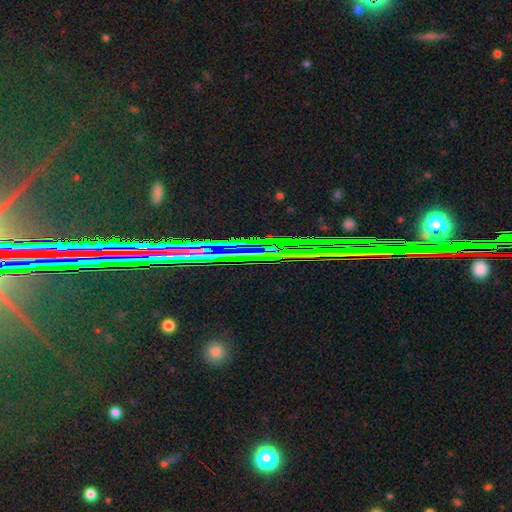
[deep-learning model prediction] smooth-or-featured: star or artifact: 79% | featured or disk: 12% | smooth: 9%